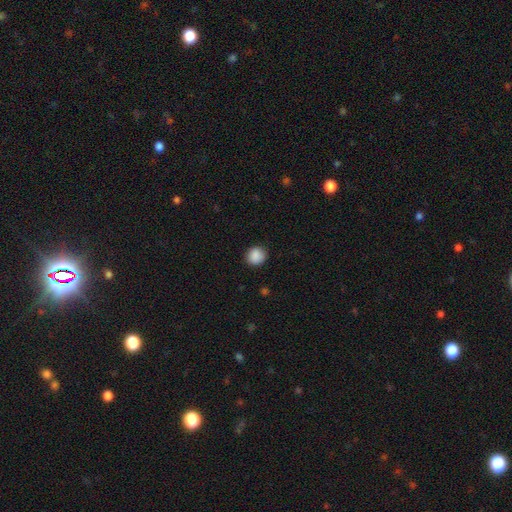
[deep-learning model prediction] The model was most divided on "how rounded": round: 85%, in between: 14%, cigar-shaped: 1%. More confident: smooth or featured — smooth (89%); merging — none (88%).